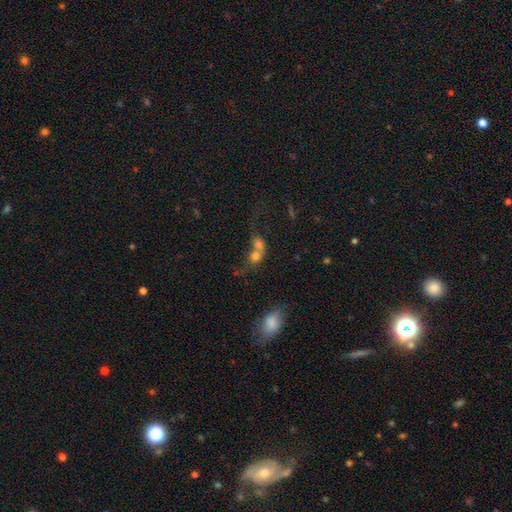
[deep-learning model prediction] smooth_or_featured: smooth (p=0.69) [alt: featured or disk p=0.18]
how_rounded: round (p=0.57) [alt: in between p=0.41]
merging: merger (p=0.73) [alt: none p=0.15]